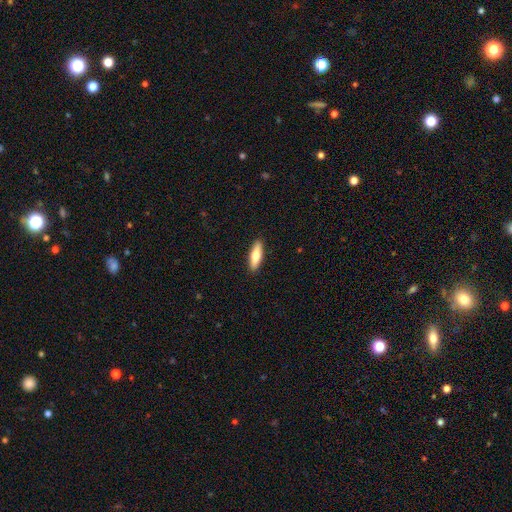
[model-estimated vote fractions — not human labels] smooth_or_featured: smooth (p=0.66) [alt: featured or disk p=0.28]
how_rounded: cigar-shaped (p=0.56) [alt: in between p=0.41]
merging: none (p=0.91) [alt: minor disturbance p=0.07]